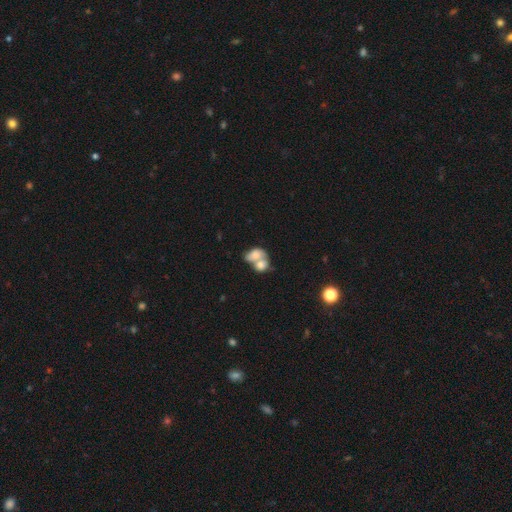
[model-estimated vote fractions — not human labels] Overall: smooth (71%). How rounded: in between (70%). Merging: merger (76%).